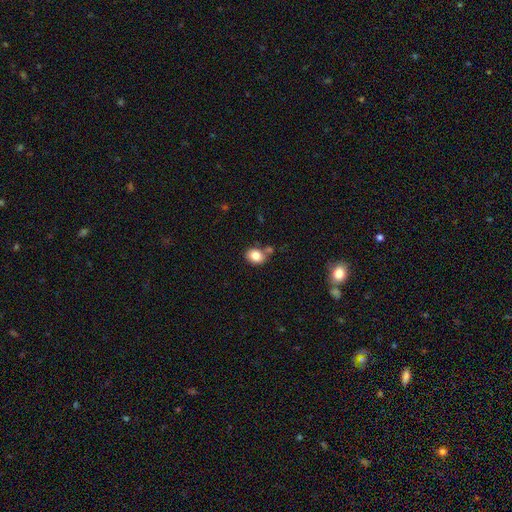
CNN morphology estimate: The model was most divided on "how rounded": in between: 55%, round: 44%, cigar-shaped: 1%. More confident: smooth or featured — smooth (83%); merging — none (68%).